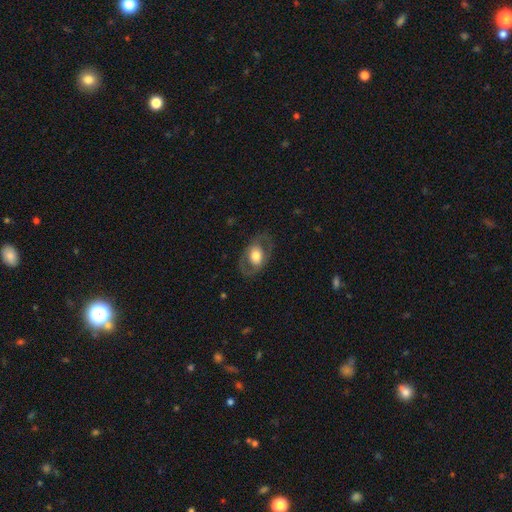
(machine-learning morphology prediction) A smooth galaxy with no disk features (47%, tied with featured or disk).

Vote fractions:
- Smooth or featured? smooth: 47% (tied) / featured or disk: 47% (tied) / star or artifact: 6%
- Merging? none: 74% / minor disturbance: 15% / major disturbance: 11% / merger: 1%